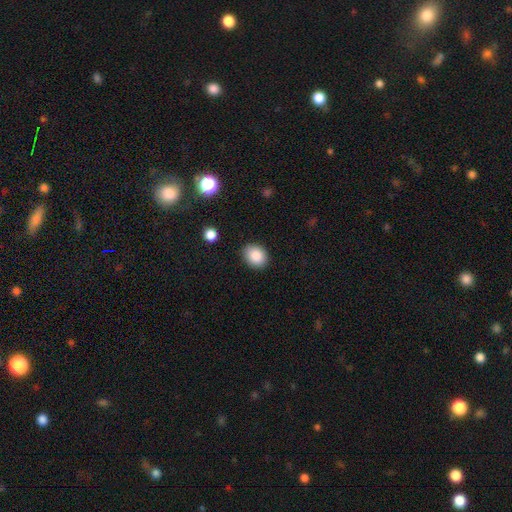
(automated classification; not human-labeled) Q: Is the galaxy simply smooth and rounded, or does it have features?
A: smooth — 87%.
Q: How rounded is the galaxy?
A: in between — 51%.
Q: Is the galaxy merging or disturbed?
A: none — 87%.